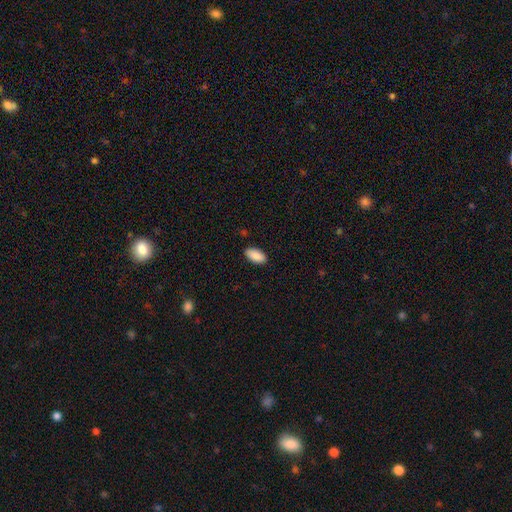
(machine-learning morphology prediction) A smooth galaxy with no disk features (90%) that is in between round and cigar-shaped (94%). Merging: none (88%).